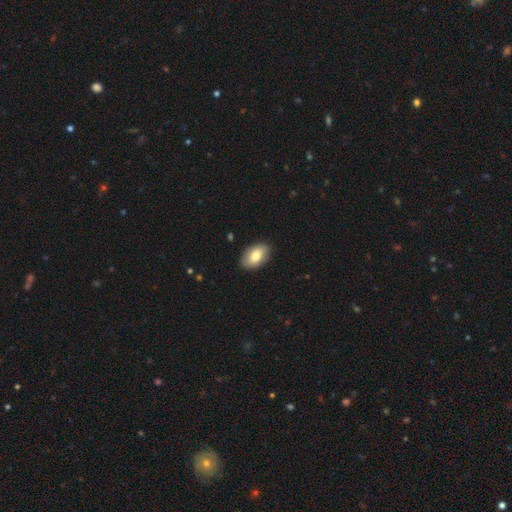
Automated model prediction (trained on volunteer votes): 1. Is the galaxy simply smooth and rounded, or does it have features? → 77% smooth, 17% featured or disk, 6% star or artifact.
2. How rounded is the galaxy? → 93% in between, 6% round, 1% cigar-shaped.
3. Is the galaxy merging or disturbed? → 87% none, 10% minor disturbance, 2% major disturbance, 1% merger.